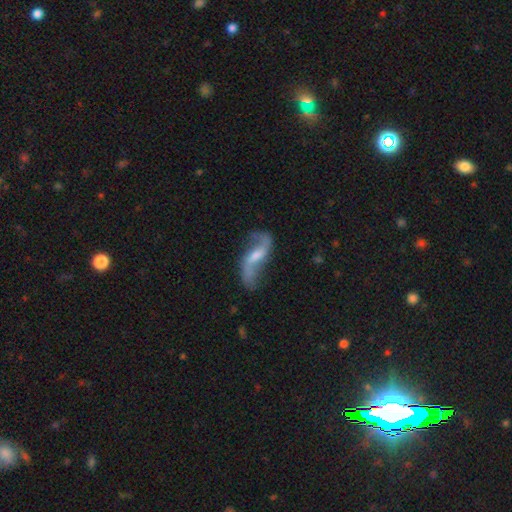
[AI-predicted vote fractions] Overall: featured or disk (85%). Edge-on disk: no (93%). Bar: weak (45%; no 29%). Spiral arms: yes (95%). Spiral arm count: 2 (92%). Spiral winding: loose (83%). Bulge size: small (45%; moderate 42%). Merging: none (71%).